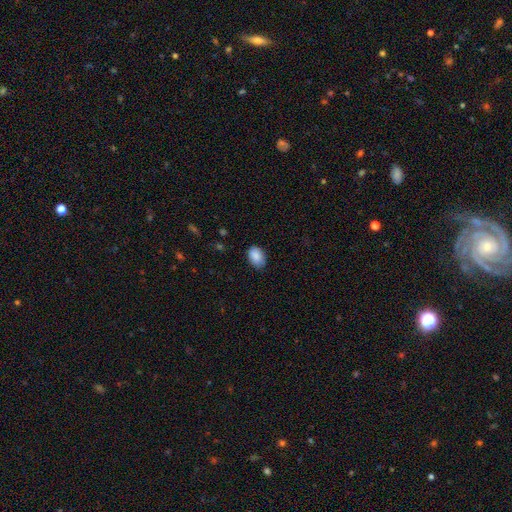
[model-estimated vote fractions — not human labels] Overall: smooth (88%). How rounded: in between (84%). Merging: none (78%).